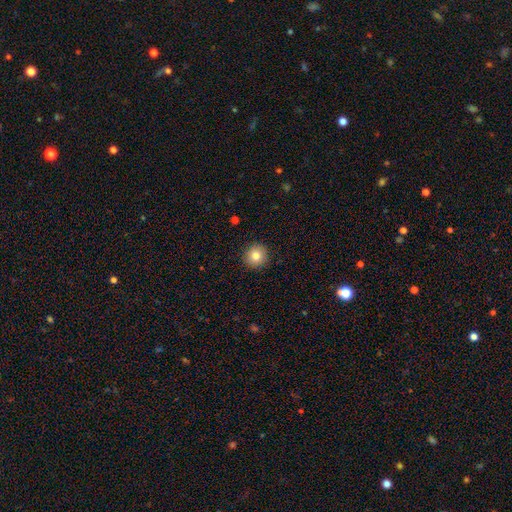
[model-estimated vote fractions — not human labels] Q: Smooth or featured?
A: smooth (80%); runner-up: star or artifact (10%)
Q: How rounded?
A: round (94%); runner-up: in between (5%)
Q: Merging?
A: none (92%); runner-up: minor disturbance (5%)